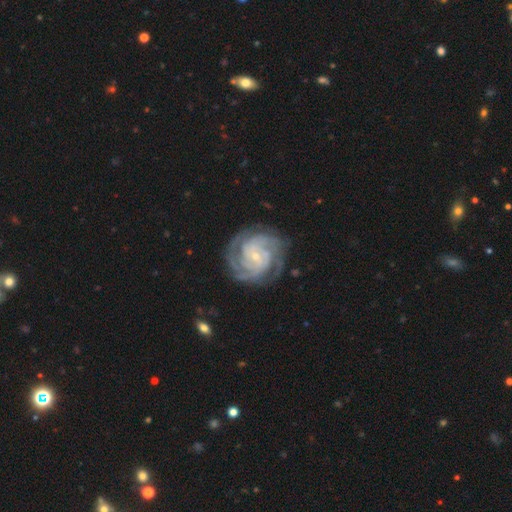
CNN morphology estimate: Smooth or featured? featured or disk (90%)
Edge-on disk? no (98%)
Bar? no (65%)
Spiral arms? yes (98%)
Spiral winding? tight (72%)
Spiral arm count? 3 (30%)
Bulge size? small (79%)
Merging? none (78%)